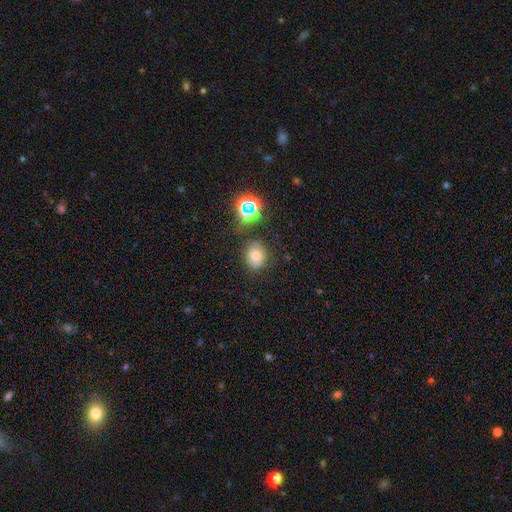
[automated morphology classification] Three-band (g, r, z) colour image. It shows a smooth galaxy with no disk features (67%) that is round (61%). Merging: none (77%).